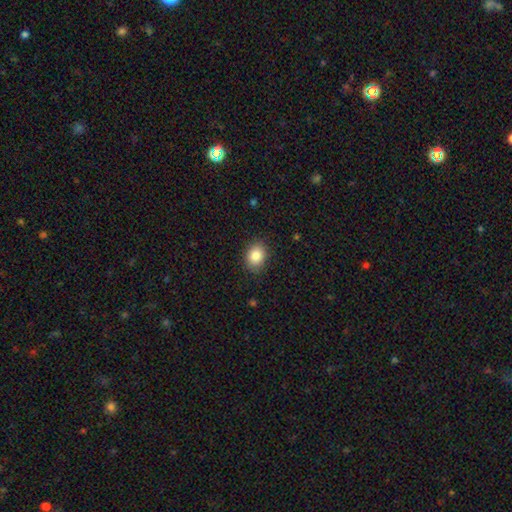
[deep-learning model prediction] Smooth or featured: smooth — 86% (star or artifact — 9%)
How rounded: in between — 58% (round — 41%)
Merging: none — 86% (minor disturbance — 11%)